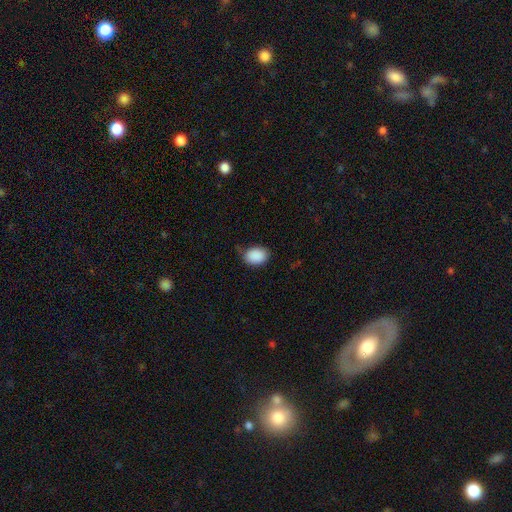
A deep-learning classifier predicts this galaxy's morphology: This appears to be a smooth galaxy with no disk features (90%) that is in between round and cigar-shaped (74%). Merging: none (72%).